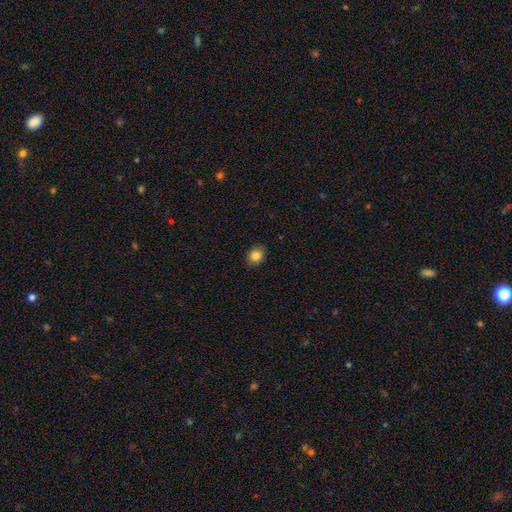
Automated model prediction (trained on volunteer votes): This appears to be a smooth galaxy with no disk features (85%) that is round (67%). Merging: none (86%).